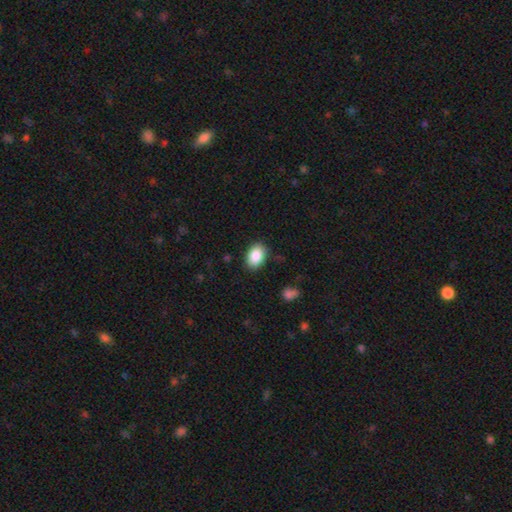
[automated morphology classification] A smooth galaxy with no disk features (88%) that is in between round and cigar-shaped (84%).

Vote fractions:
- Smooth or featured? smooth: 88% / star or artifact: 7% / featured or disk: 5%
- How rounded? in between: 84% / round: 14% / cigar-shaped: 1%
- Merging? none: 86% / minor disturbance: 11% / major disturbance: 3% / merger: 1%